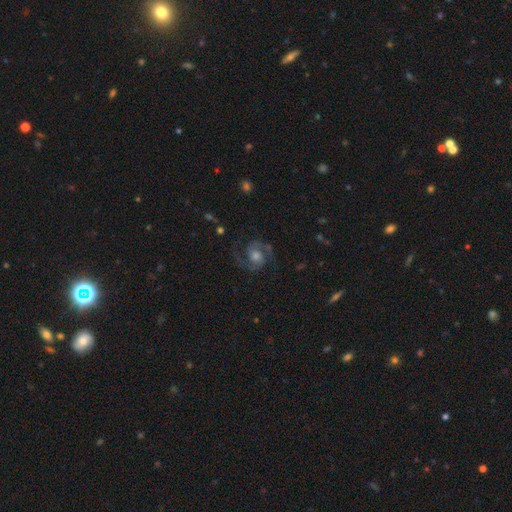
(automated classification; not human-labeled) featured or disk 88%, star or artifact 6%, smooth 6%. Down the decision tree: edge-on disk — no (98%); bar — no (60%); spiral arms — yes (98%); spiral arm count — 2 (93%); spiral winding — medium (60%); bulge size — moderate (59%); merging — none (79%).